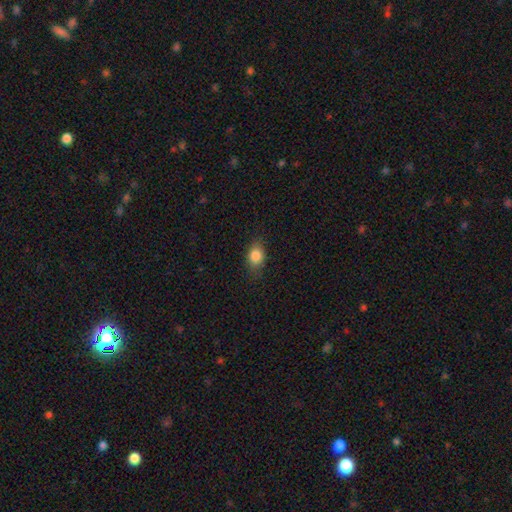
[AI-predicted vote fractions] Smooth or featured? Predicted: smooth (p=0.84). How rounded? Predicted: in between (p=0.74). Merging? Predicted: none (p=0.78).